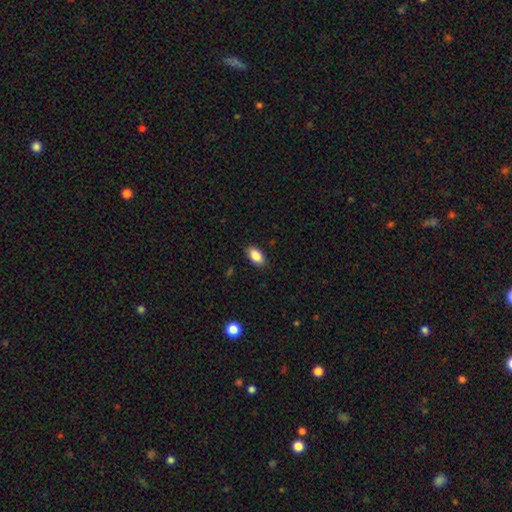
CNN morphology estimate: smooth 88%, star or artifact 7%, featured or disk 4%. Down the decision tree: how rounded — in between (93%); merging — none (87%).